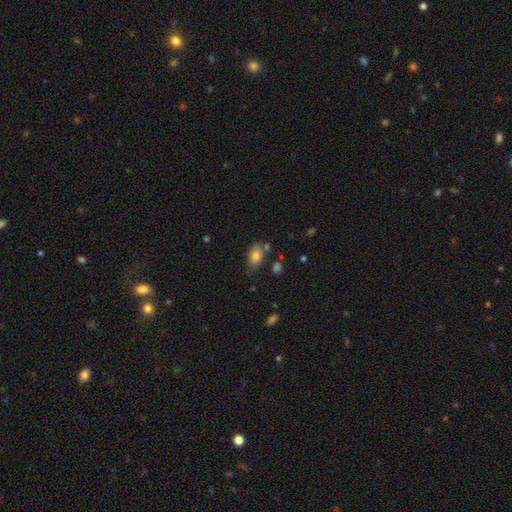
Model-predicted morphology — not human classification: Q: Smooth or featured?
A: smooth (81%); runner-up: featured or disk (11%)
Q: How rounded?
A: in between (87%); runner-up: round (10%)
Q: Merging?
A: none (60%); runner-up: minor disturbance (24%)